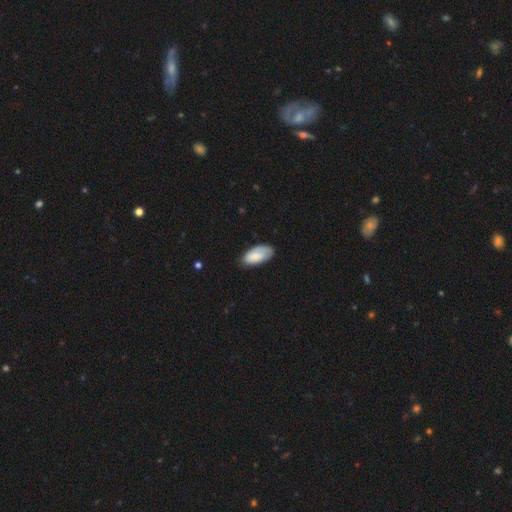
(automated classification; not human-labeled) Smooth or featured? smooth (75%)
How rounded? in between (92%)
Merging? none (68%)